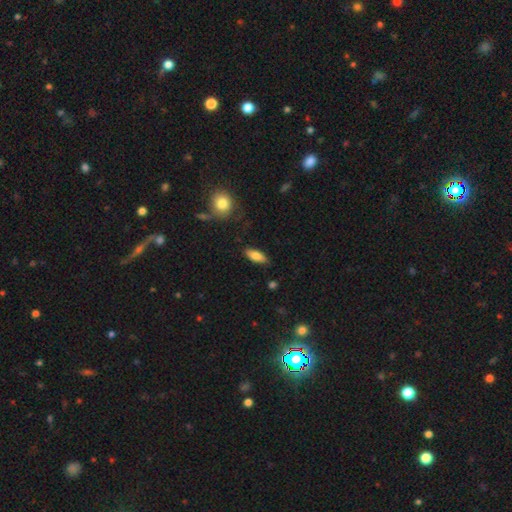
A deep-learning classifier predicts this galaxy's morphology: smooth 79%, featured or disk 14%, star or artifact 7%. Down the decision tree: how rounded — in between (72%); merging — none (83%).